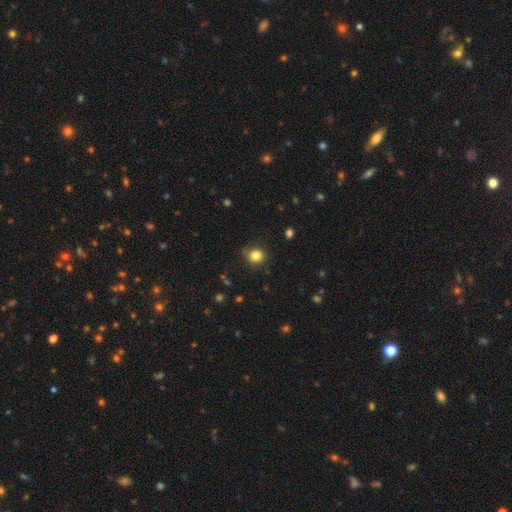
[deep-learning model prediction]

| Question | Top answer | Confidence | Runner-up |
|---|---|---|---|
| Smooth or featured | smooth | 83% | star or artifact (12%) |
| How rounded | round | 84% | in between (15%) |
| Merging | none | 78% | minor disturbance (17%) |